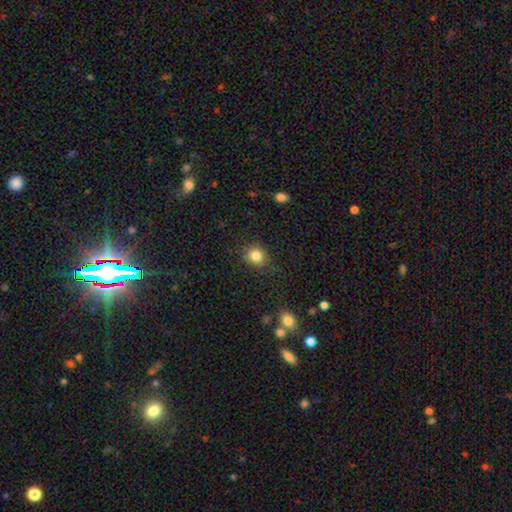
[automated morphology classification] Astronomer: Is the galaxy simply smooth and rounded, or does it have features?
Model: smooth — 83%.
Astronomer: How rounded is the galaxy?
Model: round — 77%.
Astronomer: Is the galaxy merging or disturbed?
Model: none — 83%.